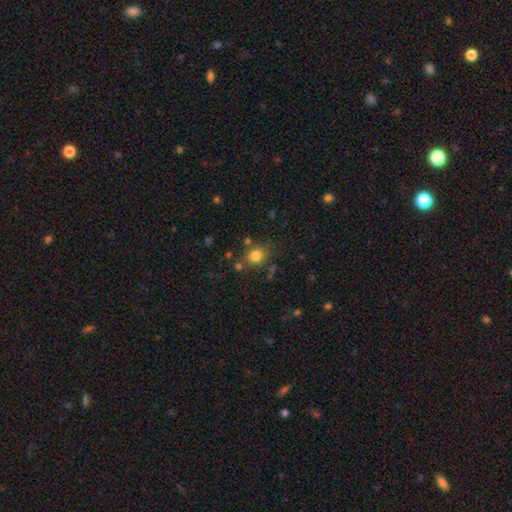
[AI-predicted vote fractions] This appears to be a smooth galaxy with no disk features (80%) that is round (69%). Merging: none (73%).